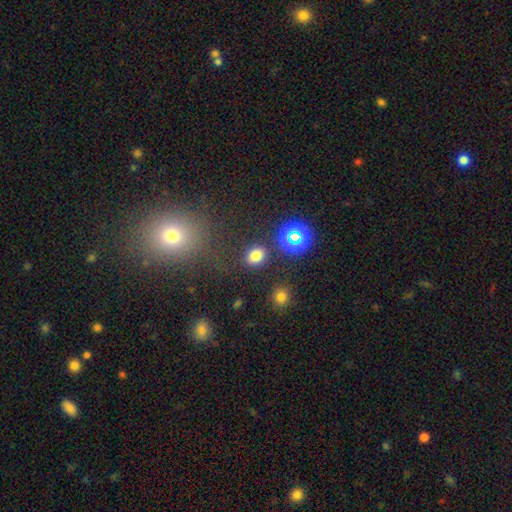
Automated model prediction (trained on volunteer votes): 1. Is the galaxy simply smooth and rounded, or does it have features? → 76% smooth, 17% star or artifact, 6% featured or disk.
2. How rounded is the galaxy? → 51% round, 48% in between, 1% cigar-shaped.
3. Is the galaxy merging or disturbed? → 82% none, 10% minor disturbance, 4% merger, 4% major disturbance.